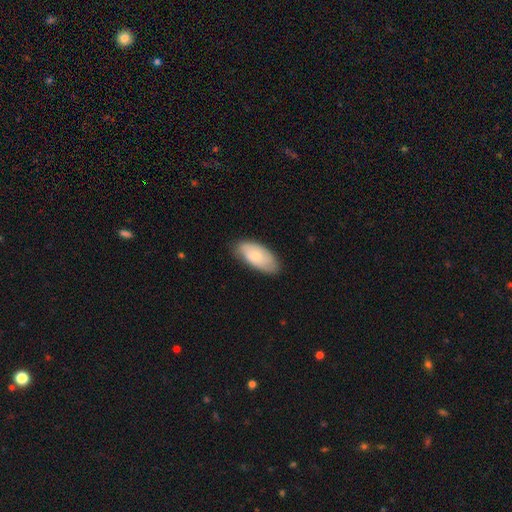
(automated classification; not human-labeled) Smooth or featured?
  - smooth: 74% *
  - featured or disk: 20%
  - star or artifact: 6%
How rounded?
  - in between: 92% *
  - cigar-shaped: 5%
  - round: 2%
Merging?
  - none: 79% *
  - minor disturbance: 17%
  - major disturbance: 3%
  - merger: 1%